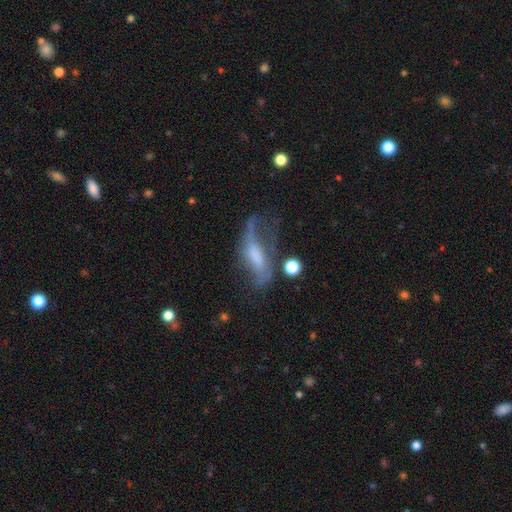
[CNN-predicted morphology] Smooth or featured?
  - featured or disk: 64% *
  - smooth: 26%
  - star or artifact: 10%
Edge-on disk?
  - no: 82% *
  - yes: 18%
Bar?
  - no: 36% *
  - weak: 35%
  - strong: 28%
Spiral arms?
  - yes: 75% *
  - no: 25%
Bulge size?
  - none: 37% *
  - moderate: 25%
  - small: 21%
  - large: 13%
  - dominant: 3%
Merging?
  - none: 36% *
  - major disturbance: 33%
  - minor disturbance: 23%
  - merger: 7%